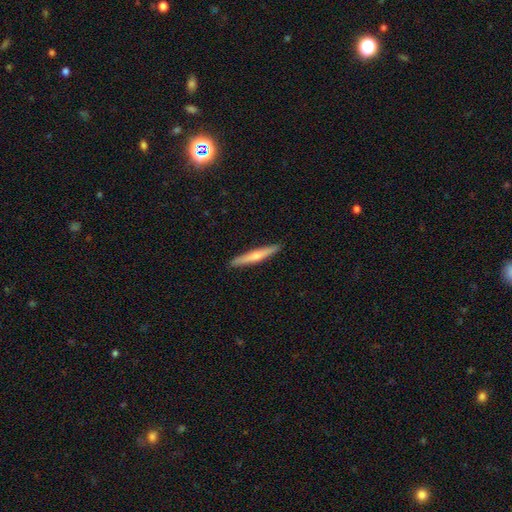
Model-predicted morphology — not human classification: Q: Smooth or featured?
A: smooth (55%); runner-up: featured or disk (40%)
Q: How rounded?
A: cigar-shaped (95%); runner-up: in between (4%)
Q: Merging?
A: none (92%); runner-up: minor disturbance (6%)